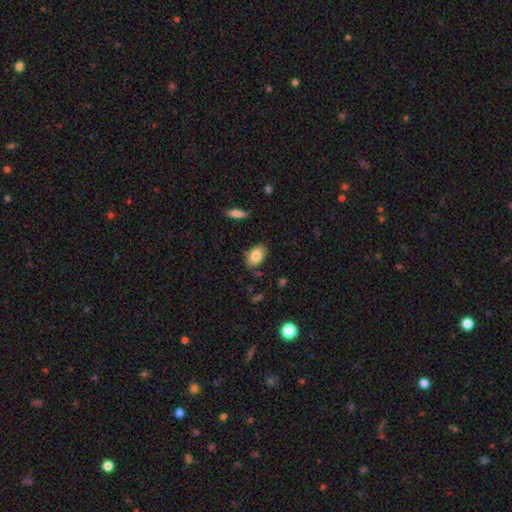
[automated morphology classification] This is clearly a smooth galaxy (84%). How rounded: clearly in between (87%). Merging: clearly none (82%).